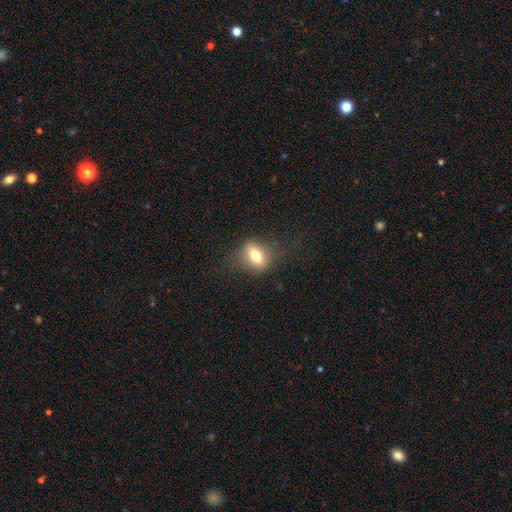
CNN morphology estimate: Smooth or featured? Predicted: smooth (p=0.64). How rounded? Predicted: in between (p=0.67). Merging? Predicted: none (p=0.76).